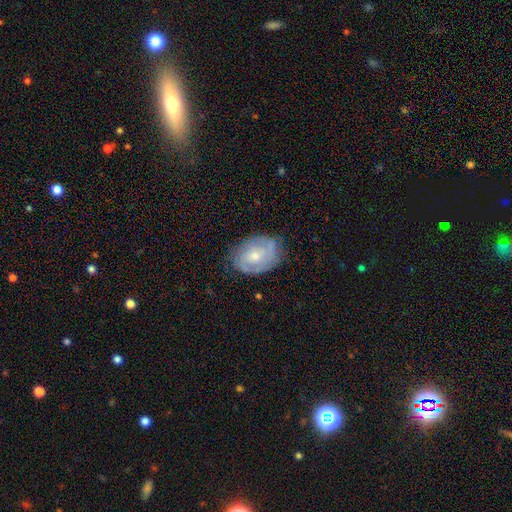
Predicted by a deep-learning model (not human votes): smooth-or-featured: featured or disk: 66% | smooth: 27% | star or artifact: 6%
  disk-edge-on: no: 96% | yes: 4%
    bar: no: 71% | weak: 25% | strong: 4%
    has-spiral-arms: yes: 82% | no: 18%
      spiral-winding: tight: 53% | medium: 35% | loose: 13%
      spiral-arm-count: 2: 46% | can't tell: 33% | 3: 10% | 1: 5% | 4: 3% | more than 4: 3%
    bulge-size: small: 49% | moderate: 46% | large: 2% | none: 2% | dominant: 1%
  merging: none: 72% | minor disturbance: 21% | major disturbance: 6% | merger: 1%